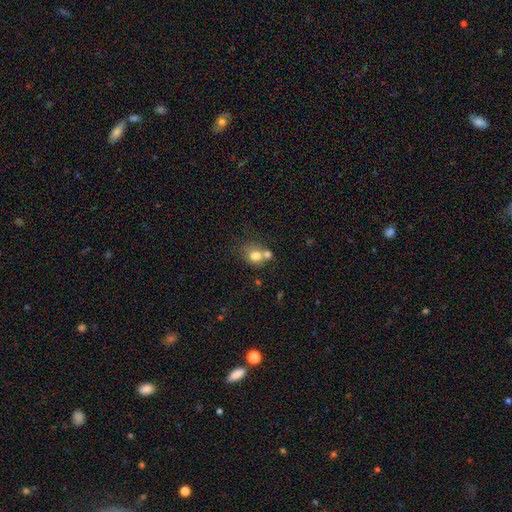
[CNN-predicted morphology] A smooth galaxy with no disk features (75%) that is round (66%).

Vote fractions:
- Smooth or featured? smooth: 75% / featured or disk: 14% / star or artifact: 11%
- How rounded? round: 66% / in between: 33% / cigar-shaped: 1%
- Merging? merger: 43% / none: 40% / minor disturbance: 12% / major disturbance: 5%